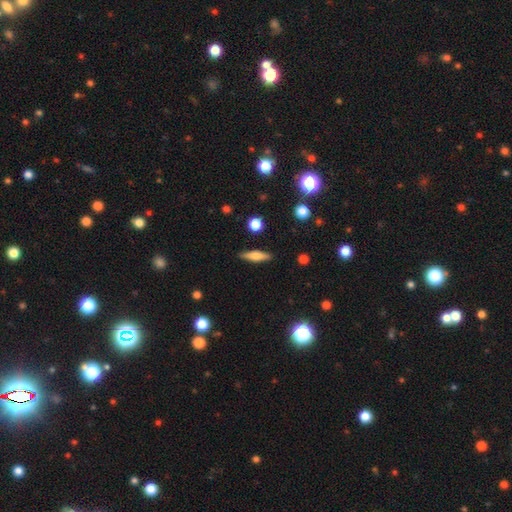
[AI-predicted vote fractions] A smooth galaxy with no disk features (53%) that is cigar-shaped (69%).

Vote fractions:
- Smooth or featured? smooth: 53% / featured or disk: 40% / star or artifact: 8%
- How rounded? cigar-shaped: 69% / in between: 27% / round: 4%
- Merging? none: 88% / minor disturbance: 9% / major disturbance: 2% / merger: 1%